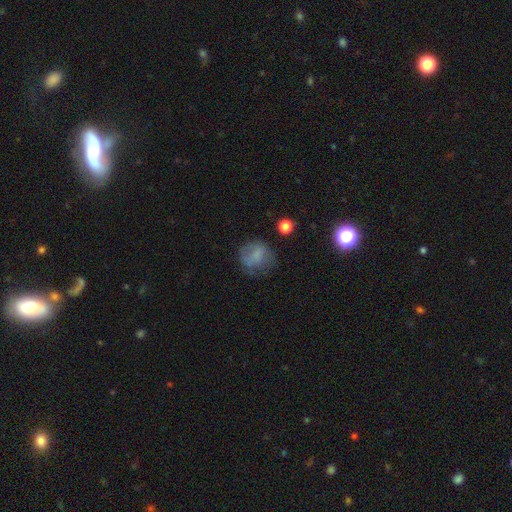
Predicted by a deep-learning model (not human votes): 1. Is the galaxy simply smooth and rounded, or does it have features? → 66% smooth, 21% featured or disk, 13% star or artifact.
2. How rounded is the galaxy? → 74% round, 25% in between, 1% cigar-shaped.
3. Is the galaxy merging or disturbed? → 59% none, 23% minor disturbance, 16% major disturbance, 2% merger.